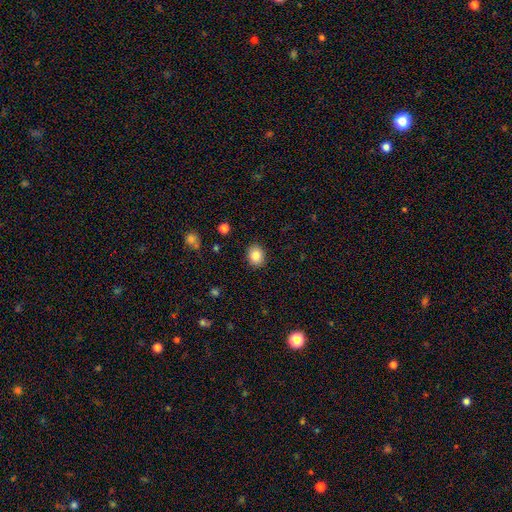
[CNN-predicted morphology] A smooth galaxy with no disk features (86%) that is round (52%).

Vote fractions:
- Smooth or featured? smooth: 86% / star or artifact: 9% / featured or disk: 5%
- How rounded? round: 52% / in between: 47% / cigar-shaped: 1%
- Merging? none: 89% / minor disturbance: 8% / major disturbance: 2% / merger: 1%